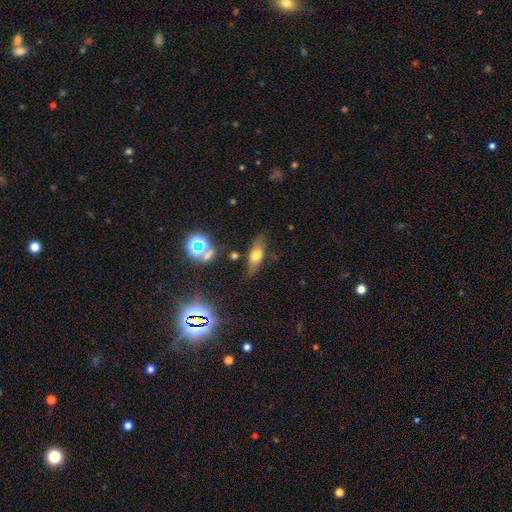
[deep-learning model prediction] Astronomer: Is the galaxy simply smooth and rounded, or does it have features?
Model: smooth — 55% (runner-up: featured or disk, 32%).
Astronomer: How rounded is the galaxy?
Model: in between — 63%.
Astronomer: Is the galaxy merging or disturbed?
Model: none — 76%.